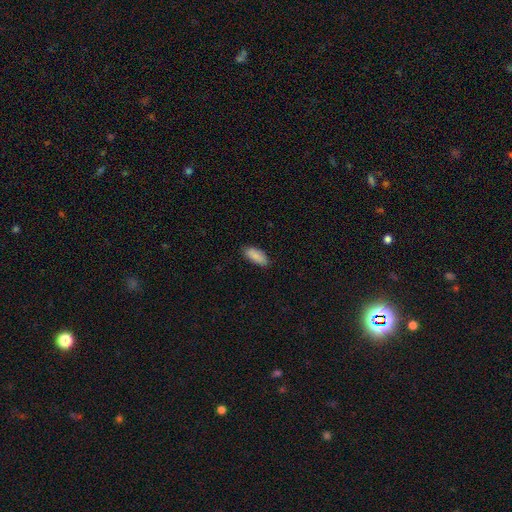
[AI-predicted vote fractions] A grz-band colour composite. It shows a smooth galaxy with no disk features (88%) that is in between round and cigar-shaped (82%). Merging: none (84%).